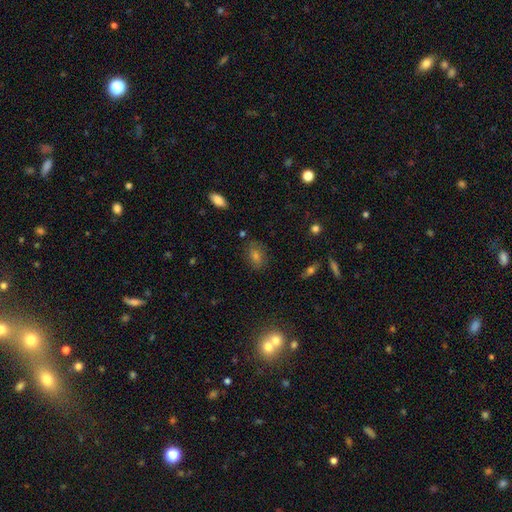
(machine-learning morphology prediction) Smooth or featured? smooth (63%)
How rounded? in between (71%)
Merging? none (82%)